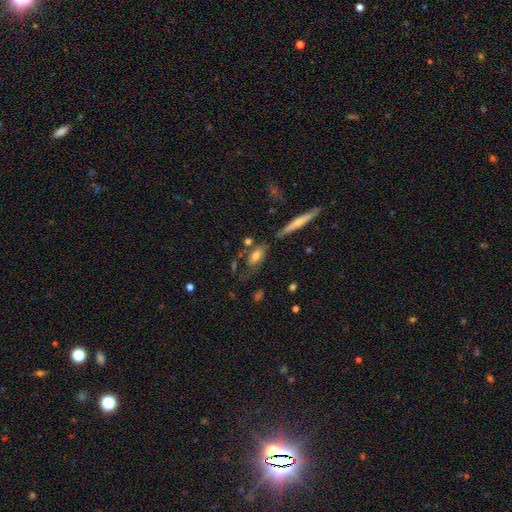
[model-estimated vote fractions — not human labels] Overall: smooth (61%; featured or disk 30%). How rounded: in between (76%). Merging: none (51%; minor disturbance 23%).